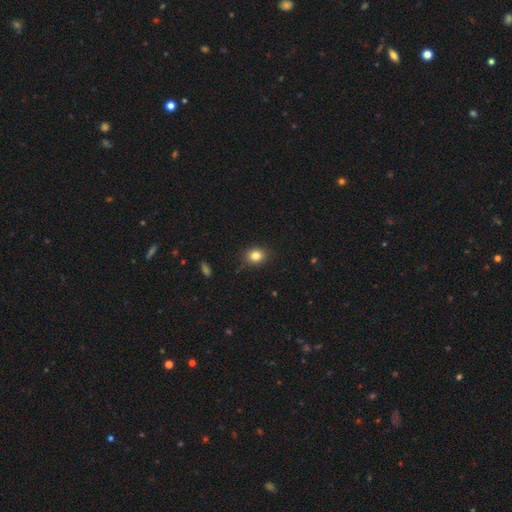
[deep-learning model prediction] A smooth galaxy with no disk features (82%) that is round (63%). Merging: none (86%).